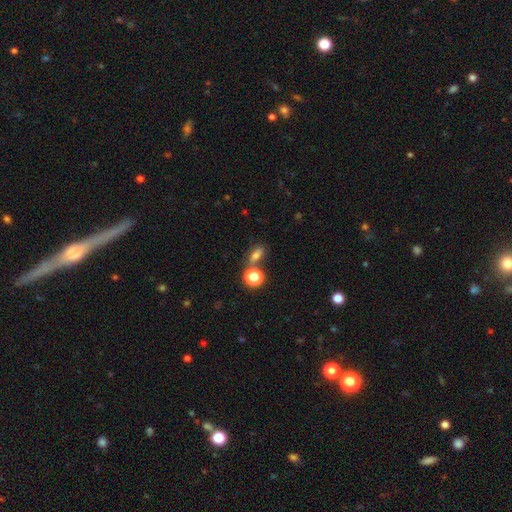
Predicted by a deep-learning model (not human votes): smooth_or_featured: smooth (p=0.69) [alt: star or artifact p=0.19]
how_rounded: in between (p=0.64) [alt: round p=0.25]
merging: none (p=0.62) [alt: merger p=0.20]